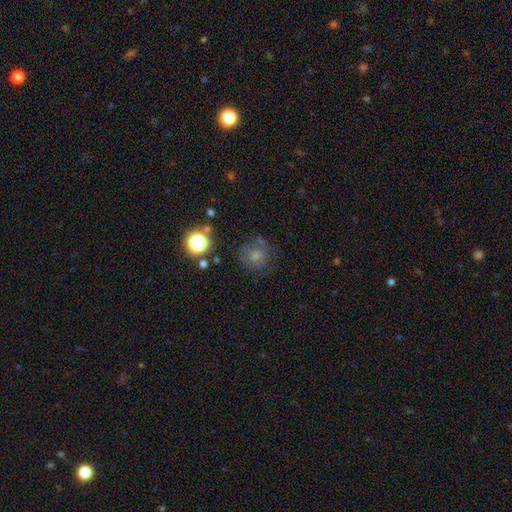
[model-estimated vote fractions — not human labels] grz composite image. It shows a smooth galaxy with no disk features (49%). Merging: none (75%).